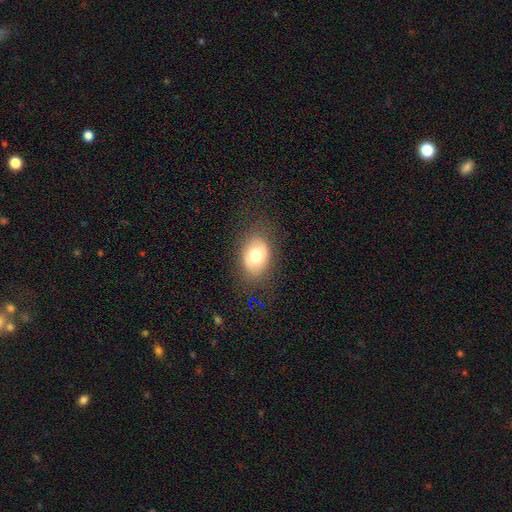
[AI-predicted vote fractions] Smooth or featured? Predicted: smooth (p=0.66). How rounded? Predicted: in between (p=0.77). Merging? Predicted: none (p=0.77).